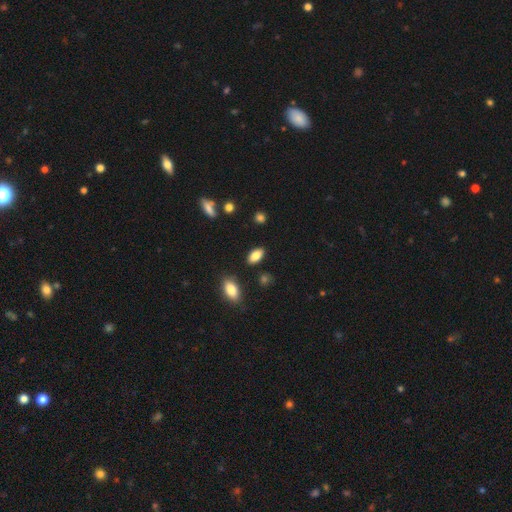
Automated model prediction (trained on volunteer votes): Overall: smooth (85%). How rounded: in between (91%). Merging: none (86%).